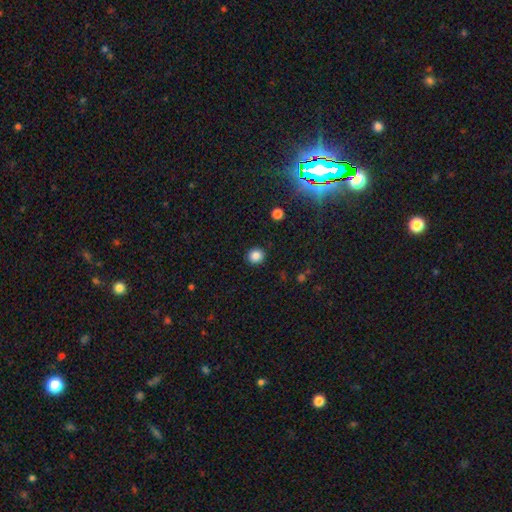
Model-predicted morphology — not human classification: A smooth galaxy with no disk features (85%) that is round (87%).

Vote fractions:
- Smooth or featured? smooth: 85% / star or artifact: 11% / featured or disk: 4%
- How rounded? round: 87% / in between: 12% / cigar-shaped: 1%
- Merging? none: 91% / minor disturbance: 6% / major disturbance: 2% / merger: 1%